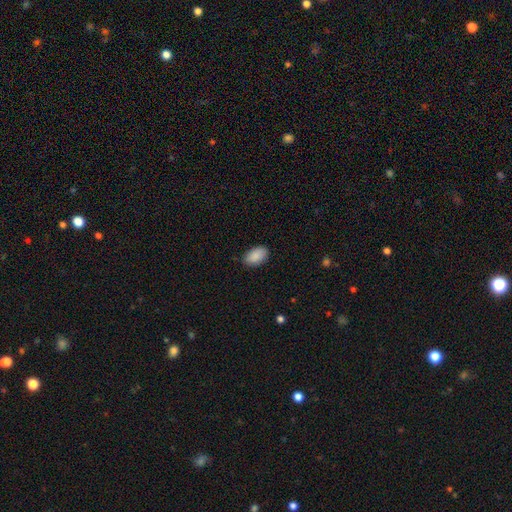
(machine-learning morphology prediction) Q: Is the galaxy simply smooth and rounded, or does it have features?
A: smooth — 90%.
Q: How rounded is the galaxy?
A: in between — 94%.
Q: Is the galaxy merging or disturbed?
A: none — 86%.